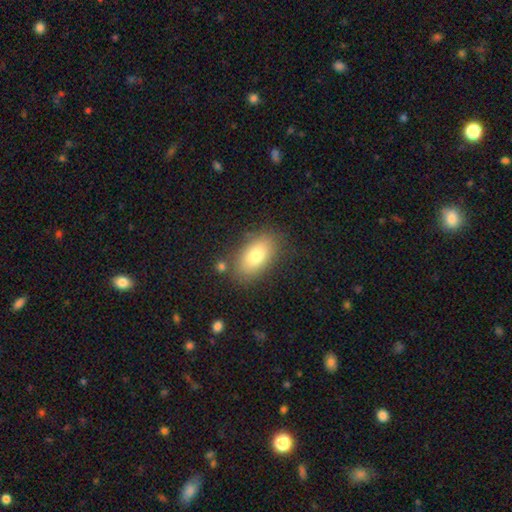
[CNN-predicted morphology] A smooth galaxy with no disk features (77%) that is in between round and cigar-shaped (90%). Merging: none (80%).